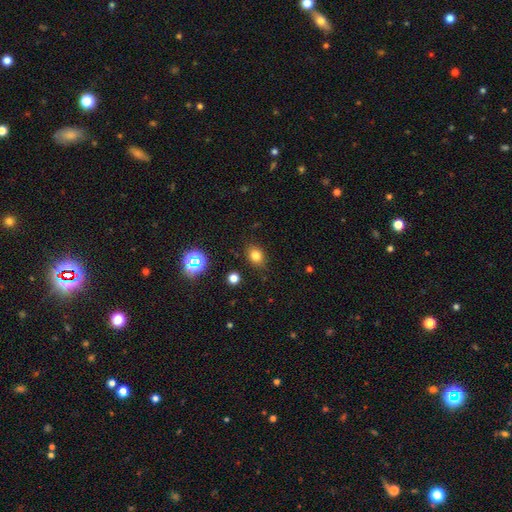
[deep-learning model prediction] smooth-or-featured: smooth: 77% | star or artifact: 15% | featured or disk: 7%
  how-rounded: in between: 55% | round: 44% | cigar-shaped: 1%
  merging: none: 83% | minor disturbance: 12% | major disturbance: 3% | merger: 2%